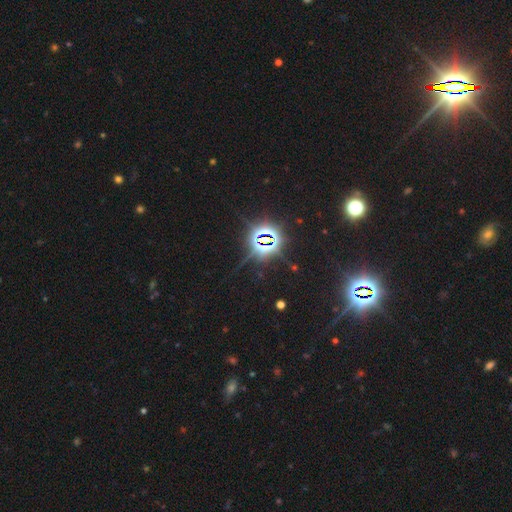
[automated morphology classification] smooth_or_featured: star or artifact (p=0.82) [alt: smooth p=0.11]